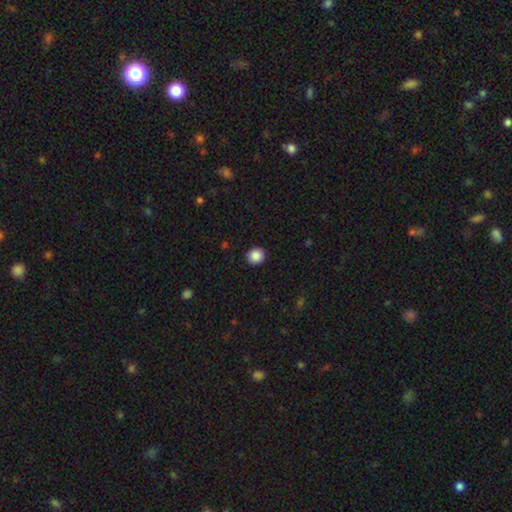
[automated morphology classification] type=smooth (88%); roundness=round (88%); merging=none (92%).